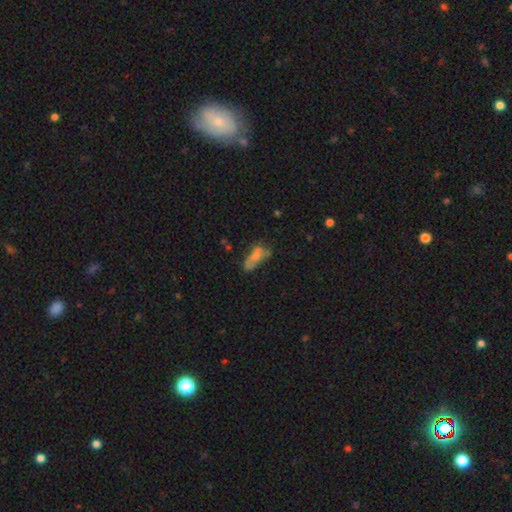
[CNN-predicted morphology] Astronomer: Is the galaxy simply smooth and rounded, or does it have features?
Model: smooth — 58%.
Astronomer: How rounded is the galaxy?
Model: in between — 75%.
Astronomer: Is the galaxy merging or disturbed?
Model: none — 36% (runner-up: minor disturbance, 25%).